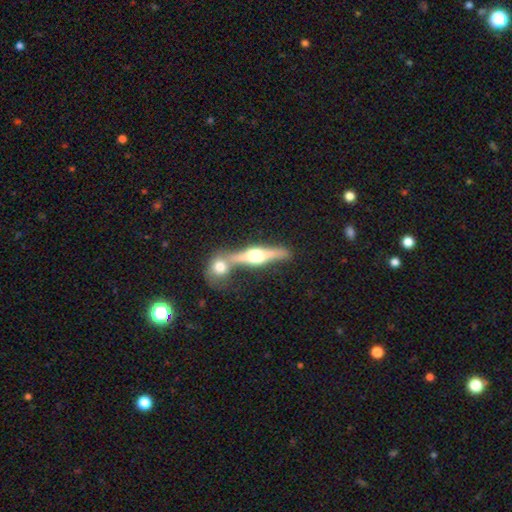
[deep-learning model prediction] Q: Smooth or featured?
A: featured or disk (70%); runner-up: smooth (24%)
Q: Edge-on disk?
A: yes (93%); runner-up: no (7%)
Q: Edge-on bulge?
A: rounded (95%); runner-up: boxy (4%)
Q: Merging?
A: none (47%); runner-up: merger (41%)